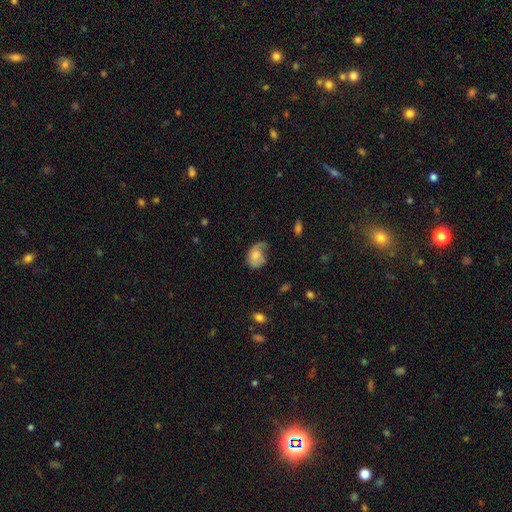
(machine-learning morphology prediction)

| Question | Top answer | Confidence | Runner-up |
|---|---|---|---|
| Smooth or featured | smooth | 50% | featured or disk (42%) |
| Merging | none | 34% | tied: major disturbance (34%) |